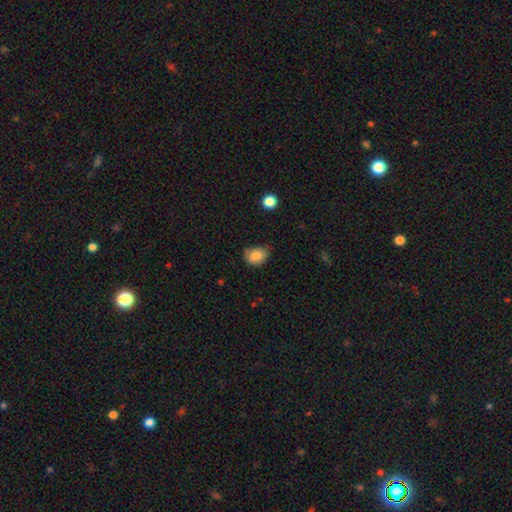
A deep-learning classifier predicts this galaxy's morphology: smooth-or-featured: smooth: 81% | featured or disk: 10% | star or artifact: 9%
  how-rounded: in between: 62% | round: 37% | cigar-shaped: 1%
  merging: none: 60% | minor disturbance: 32% | major disturbance: 6% | merger: 2%